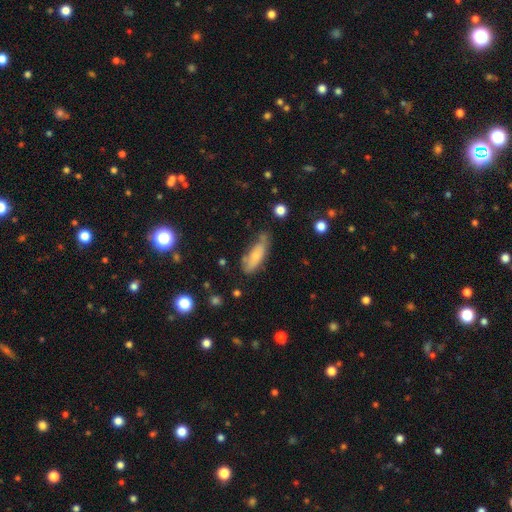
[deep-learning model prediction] smooth_or_featured: smooth (p=0.68) [alt: featured or disk p=0.25]
how_rounded: in between (p=0.59) [alt: cigar-shaped p=0.39]
merging: none (p=0.51) [alt: minor disturbance p=0.33]